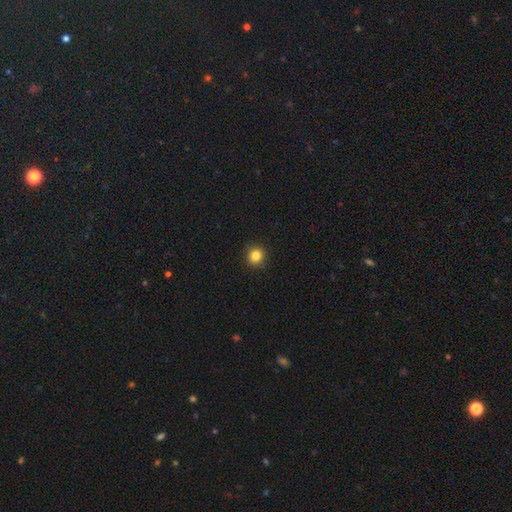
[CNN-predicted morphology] A smooth galaxy with no disk features (84%) that is round (92%).

Vote fractions:
- Smooth or featured? smooth: 84% / star or artifact: 12% / featured or disk: 4%
- How rounded? round: 92% / in between: 7% / cigar-shaped: 1%
- Merging? none: 92% / minor disturbance: 5% / major disturbance: 2% / merger: 1%